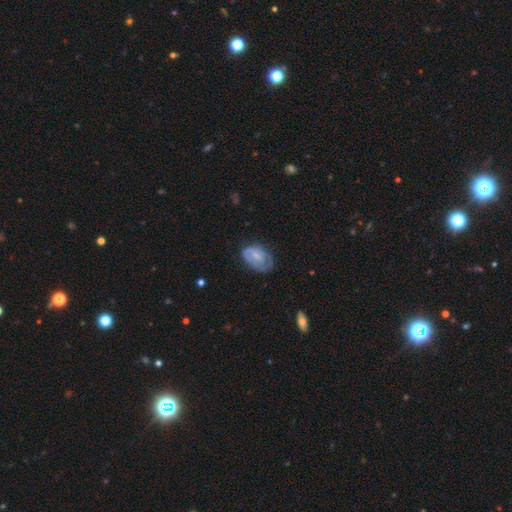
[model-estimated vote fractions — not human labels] Smooth or featured? Predicted: featured or disk (p=0.47). Merging? Predicted: none (p=0.52).